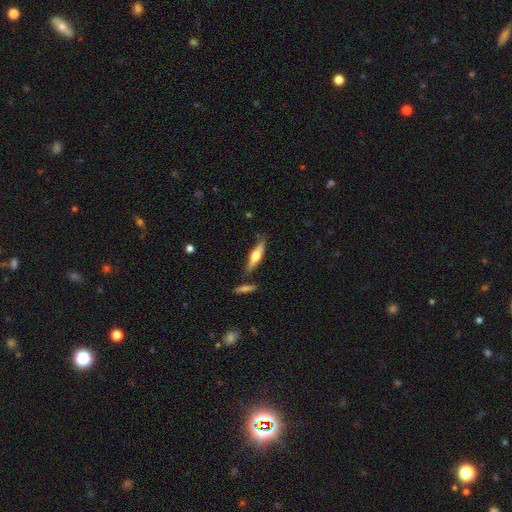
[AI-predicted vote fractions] Smooth or featured? Predicted: featured or disk (p=0.48). Merging? Predicted: none (p=0.77).